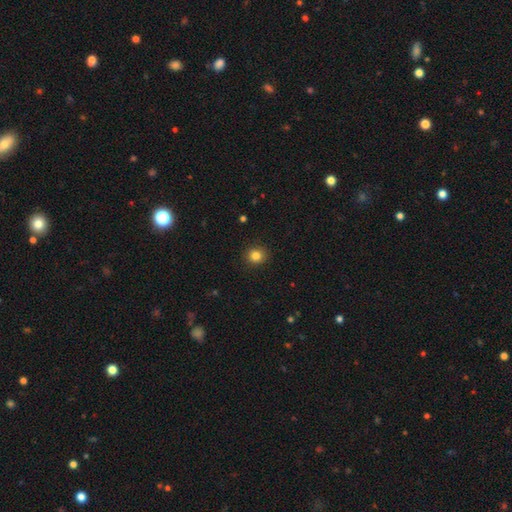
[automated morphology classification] Smooth or featured?
  - smooth: 83% *
  - star or artifact: 12%
  - featured or disk: 5%
How rounded?
  - round: 87% *
  - in between: 12%
  - cigar-shaped: 1%
Merging?
  - none: 90% *
  - minor disturbance: 7%
  - major disturbance: 2%
  - merger: 1%